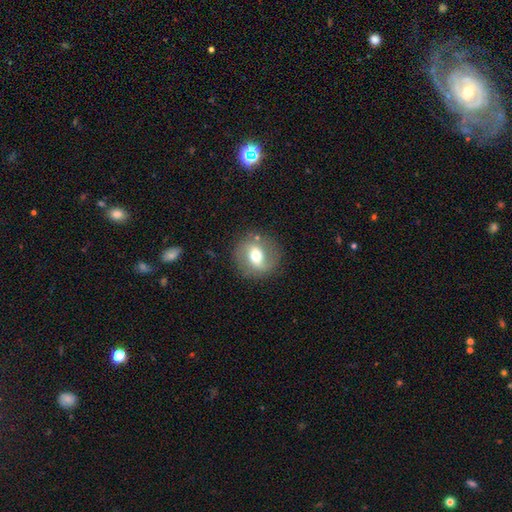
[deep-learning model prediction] Smooth or featured?
  - featured or disk: 48% *
  - smooth: 44%
  - star or artifact: 8%
Merging?
  - none: 80% *
  - minor disturbance: 12%
  - major disturbance: 5%
  - merger: 2%